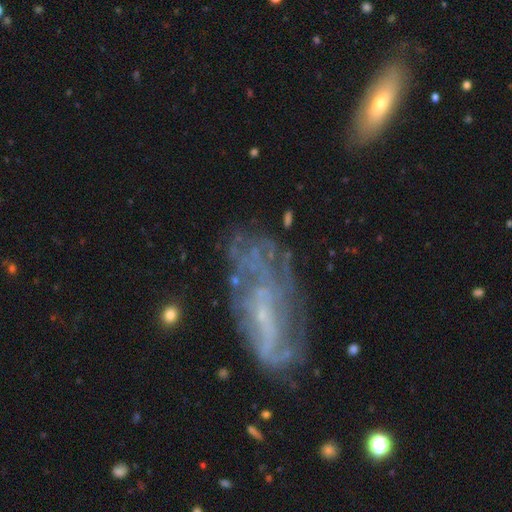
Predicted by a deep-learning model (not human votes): Smooth or featured: featured or disk — 71% (smooth — 18%)
Edge-on disk: no — 92% (yes — 8%)
Bar: no — 62% (weak — 28%)
Spiral arms: yes — 56% (no — 44%)
Bulge size: small — 63% (none — 24%)
Merging: none — 45% (major disturbance — 27%)